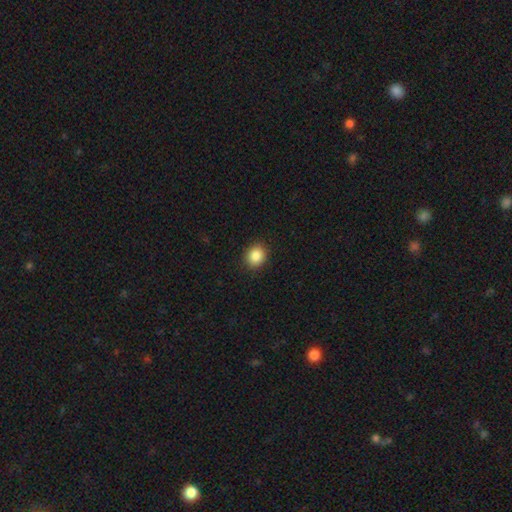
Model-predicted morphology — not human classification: type=smooth (86%); roundness=round (66%); merging=none (90%).